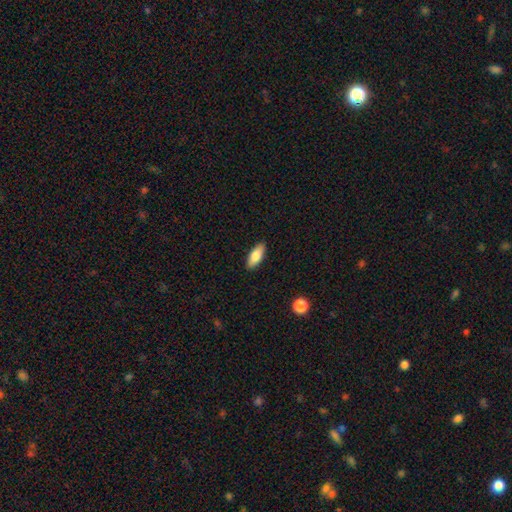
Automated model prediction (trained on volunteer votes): Q: Smooth or featured?
A: smooth (80%); runner-up: featured or disk (14%)
Q: How rounded?
A: in between (79%); runner-up: cigar-shaped (19%)
Q: Merging?
A: none (89%); runner-up: minor disturbance (8%)